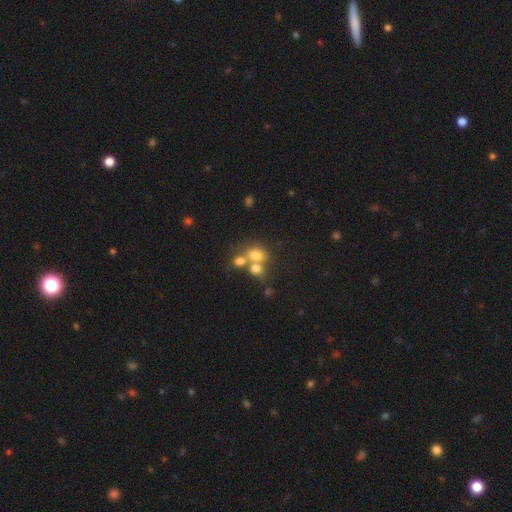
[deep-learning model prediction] This is likely a smooth galaxy (68%). How rounded: possibly round (51%). Merging: possibly merger (51%).